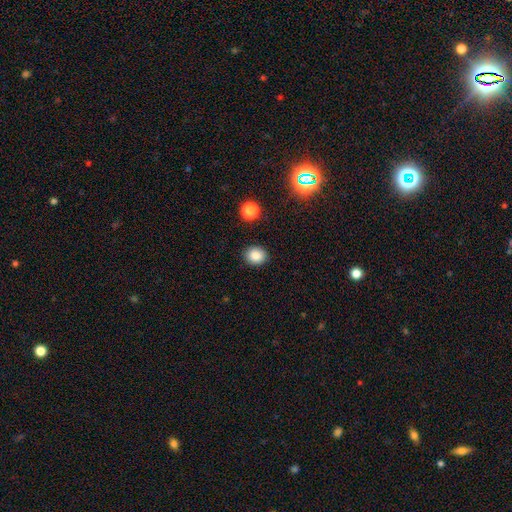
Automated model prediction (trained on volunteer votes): This appears to be a smooth galaxy with no disk features (86%) that is round (62%). Merging: none (89%).